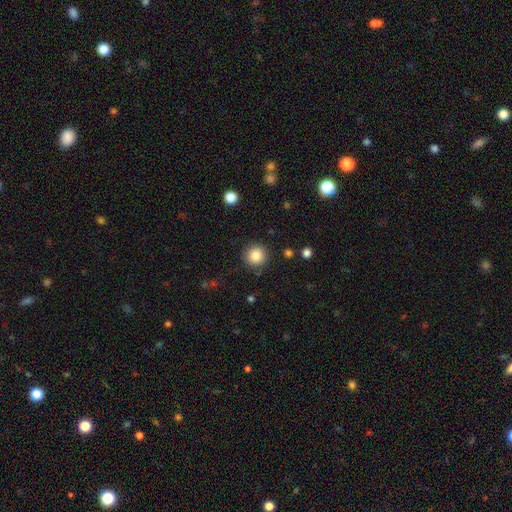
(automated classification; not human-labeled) smooth_or_featured: smooth (p=0.85) [alt: star or artifact p=0.10]
how_rounded: round (p=0.94) [alt: in between p=0.05]
merging: none (p=0.89) [alt: minor disturbance p=0.06]